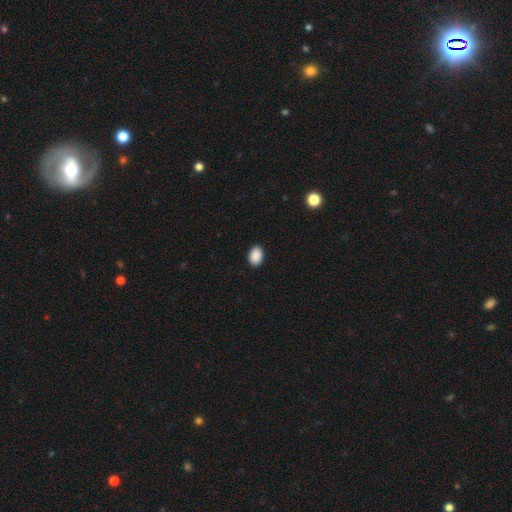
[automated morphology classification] Smooth or featured: smooth — 90% (star or artifact — 8%)
How rounded: in between — 82% (round — 17%)
Merging: none — 90% (minor disturbance — 7%)